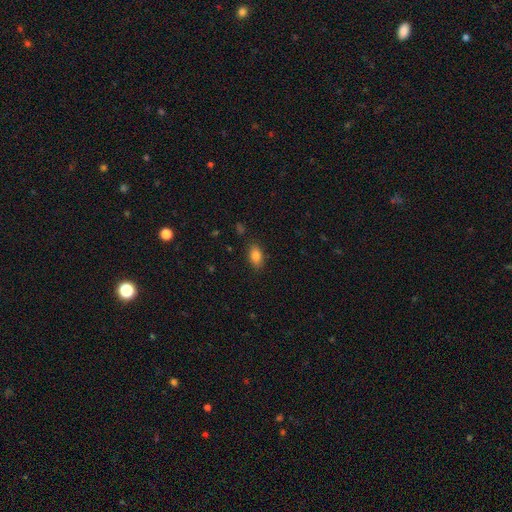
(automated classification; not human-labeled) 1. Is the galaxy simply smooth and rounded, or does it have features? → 84% smooth, 9% star or artifact, 7% featured or disk.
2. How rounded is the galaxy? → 89% in between, 8% round, 3% cigar-shaped.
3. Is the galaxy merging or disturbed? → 86% none, 10% minor disturbance, 3% major disturbance, 1% merger.